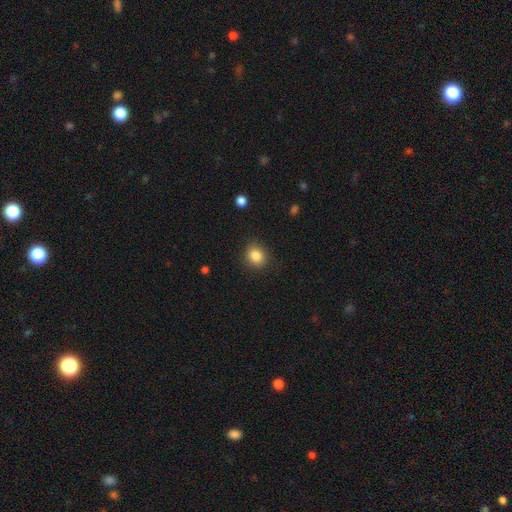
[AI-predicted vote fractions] Smooth or featured: smooth — 85% (star or artifact — 10%)
How rounded: round — 70% (in between — 29%)
Merging: none — 86% (minor disturbance — 10%)